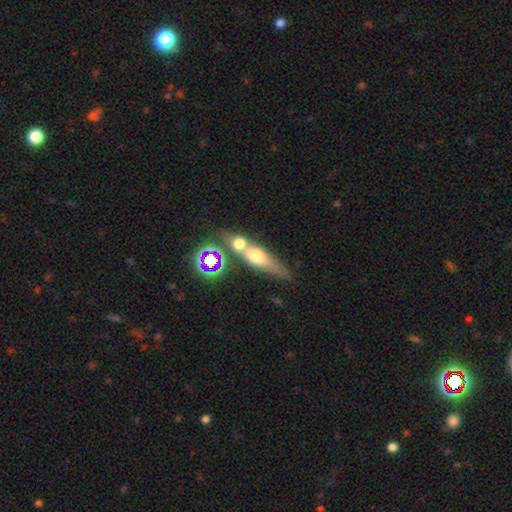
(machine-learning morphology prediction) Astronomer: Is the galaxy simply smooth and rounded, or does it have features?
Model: smooth — 44% (runner-up: featured or disk, 38%).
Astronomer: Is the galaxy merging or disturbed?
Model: none — 45% (runner-up: merger, 39%).